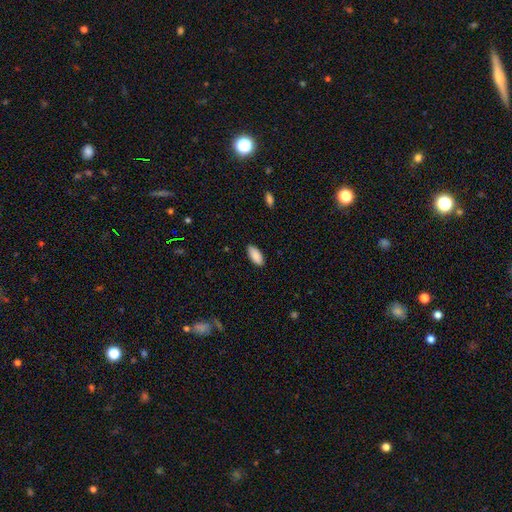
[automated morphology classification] smooth-or-featured: smooth: 89% | star or artifact: 6% | featured or disk: 4%
  how-rounded: in between: 92% | cigar-shaped: 7% | round: 2%
  merging: none: 87% | minor disturbance: 10% | major disturbance: 2% | merger: 1%